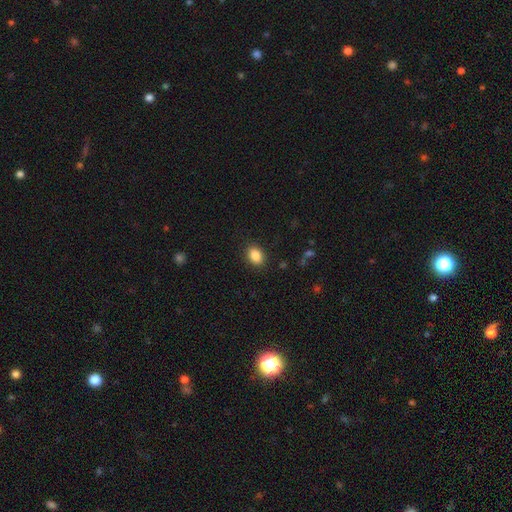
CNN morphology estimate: A smooth galaxy with no disk features (88%) that is in between round and cigar-shaped (76%).

Vote fractions:
- Smooth or featured? smooth: 88% / star or artifact: 9% / featured or disk: 4%
- How rounded? in between: 76% / round: 23% / cigar-shaped: 1%
- Merging? none: 88% / minor disturbance: 9% / major disturbance: 3% / merger: 1%